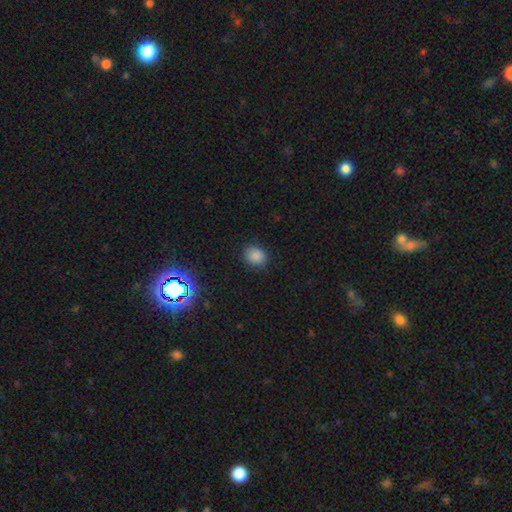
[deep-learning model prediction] Q: Smooth or featured?
A: smooth (84%); runner-up: star or artifact (12%)
Q: How rounded?
A: round (59%); runner-up: in between (40%)
Q: Merging?
A: none (85%); runner-up: minor disturbance (11%)